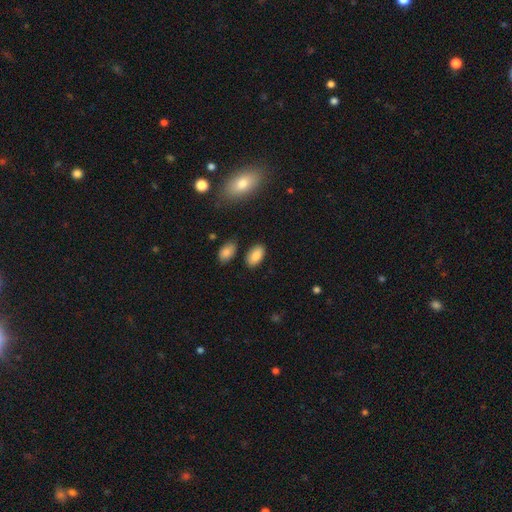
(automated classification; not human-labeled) smooth 87%, star or artifact 7%, featured or disk 6%. Down the decision tree: how rounded — in between (94%); merging — none (84%).